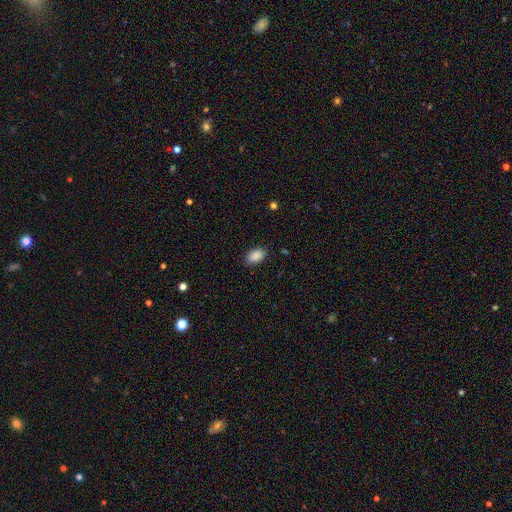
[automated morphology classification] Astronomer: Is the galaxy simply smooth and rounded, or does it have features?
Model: smooth — 89%.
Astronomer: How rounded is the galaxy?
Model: in between — 90%.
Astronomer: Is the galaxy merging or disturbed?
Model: none — 84%.